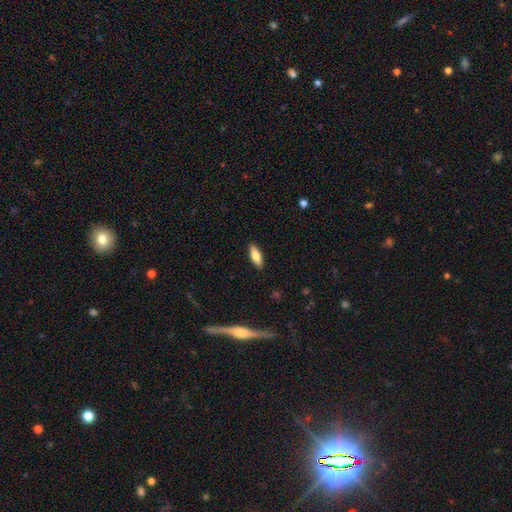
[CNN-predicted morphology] This appears to be a smooth galaxy with no disk features (73%) that is in between round and cigar-shaped (68%). Merging: none (89%).